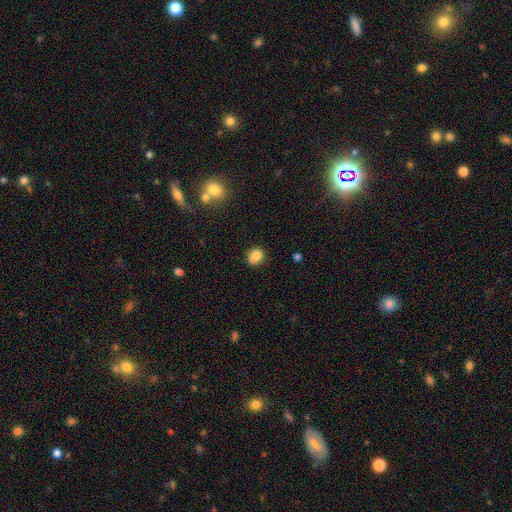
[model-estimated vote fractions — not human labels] Smooth or featured? smooth (84%)
How rounded? round (57%)
Merging? none (76%)